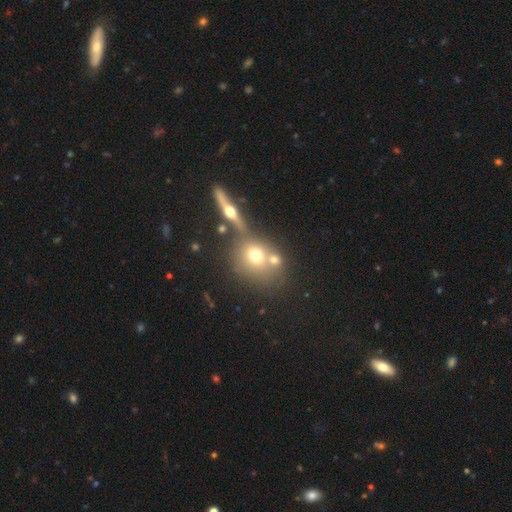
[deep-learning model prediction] Smooth or featured? Predicted: smooth (p=0.61). How rounded? Predicted: round (p=0.73). Merging? Predicted: none (p=0.49).